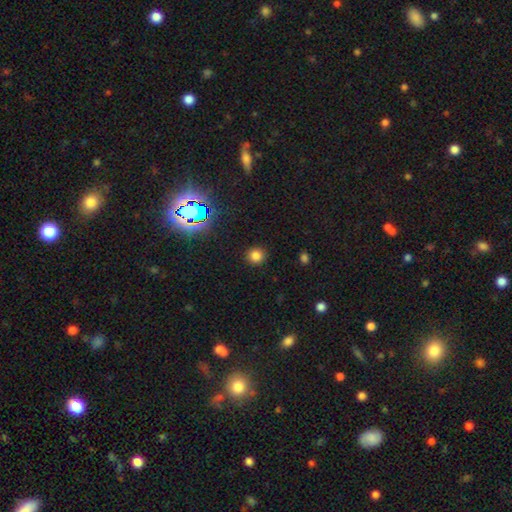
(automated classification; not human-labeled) smooth 79%, star or artifact 16%, featured or disk 5%. Down the decision tree: how rounded — round (92%); merging — none (91%).